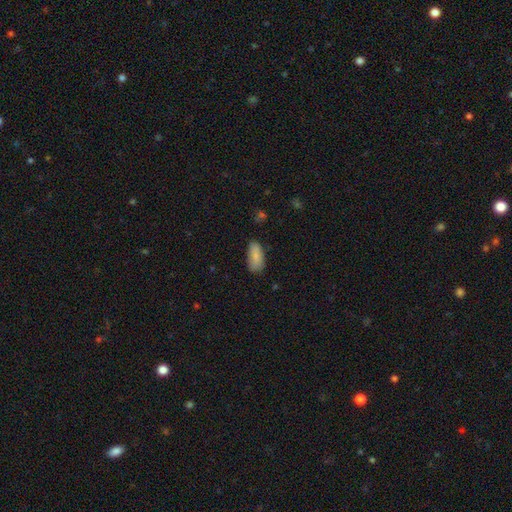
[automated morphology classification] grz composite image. It shows a smooth galaxy with no disk features (86%) that is in between round and cigar-shaped (88%). Merging: none (75%).